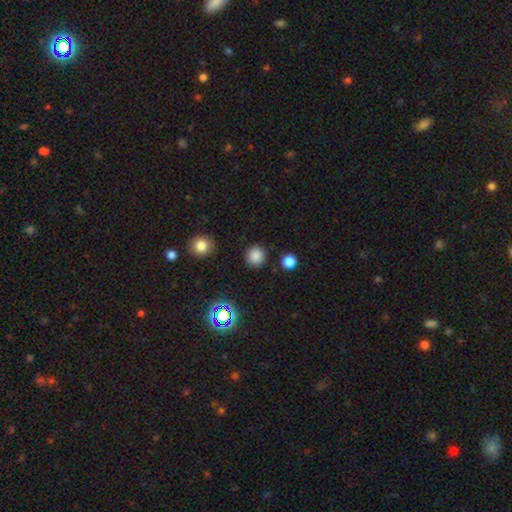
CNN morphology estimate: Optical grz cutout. It shows a smooth galaxy with no disk features (82%) that is round (91%). Merging: none (88%).